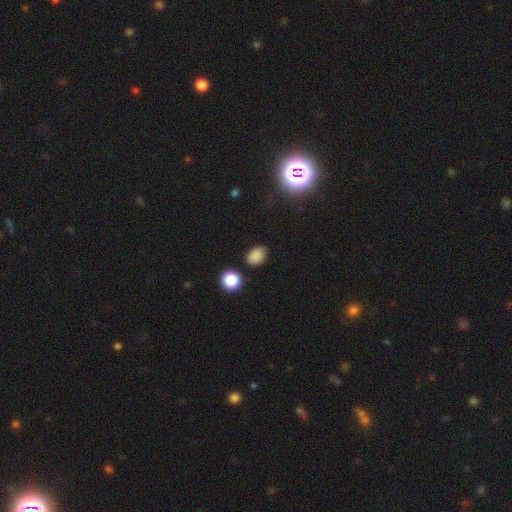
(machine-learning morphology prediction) Smooth or featured: smooth — 84% (star or artifact — 13%)
How rounded: in between — 65% (round — 34%)
Merging: none — 84% (minor disturbance — 10%)